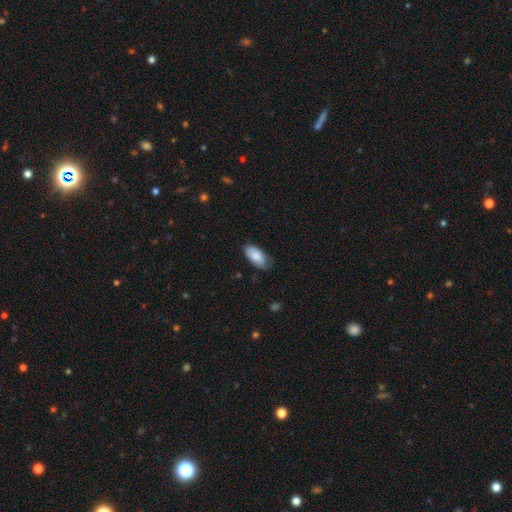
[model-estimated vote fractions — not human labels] smooth_or_featured: smooth (p=0.81) [alt: featured or disk p=0.12]
how_rounded: in between (p=0.92) [alt: cigar-shaped p=0.05]
merging: none (p=0.65) [alt: minor disturbance p=0.28]